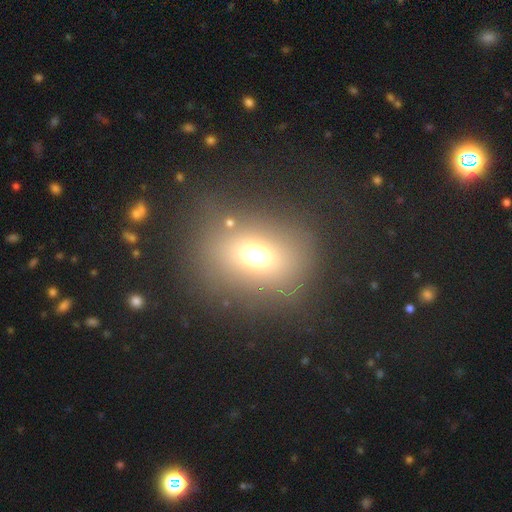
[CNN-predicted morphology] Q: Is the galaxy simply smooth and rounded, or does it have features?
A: smooth — 65%.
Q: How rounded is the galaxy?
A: round — 53%.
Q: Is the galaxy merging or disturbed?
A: none — 74%.